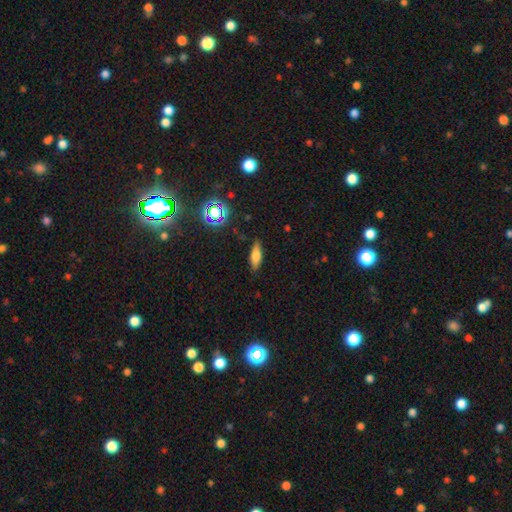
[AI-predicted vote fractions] Smooth or featured? smooth (68%)
How rounded? in between (56%)
Merging? none (84%)